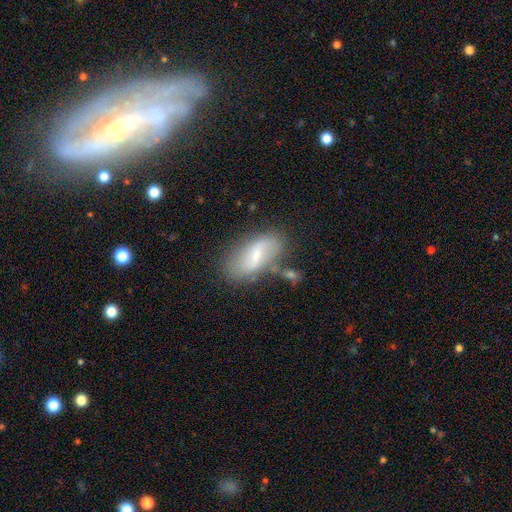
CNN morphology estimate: Smooth or featured? Predicted: featured or disk (p=0.54). Edge-on disk? Predicted: no (p=0.91). Merging? Predicted: none (p=0.63).